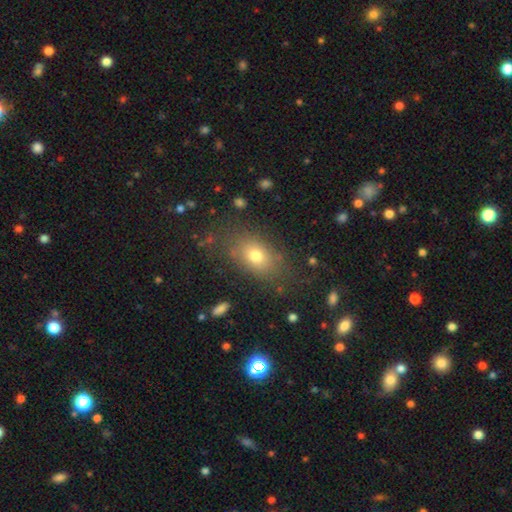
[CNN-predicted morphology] smooth_or_featured: smooth (p=0.73) [alt: featured or disk p=0.14]
how_rounded: in between (p=0.78) [alt: round p=0.20]
merging: none (p=0.79) [alt: minor disturbance p=0.13]